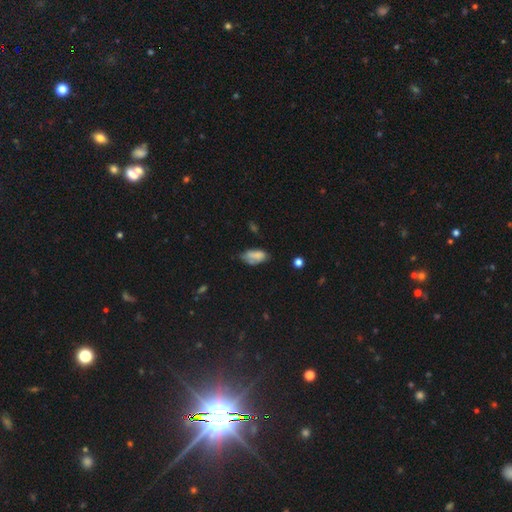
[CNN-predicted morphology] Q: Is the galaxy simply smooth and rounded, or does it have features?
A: smooth — 71%.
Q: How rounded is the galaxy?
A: in between — 88%.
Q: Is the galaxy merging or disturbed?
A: none — 45%.